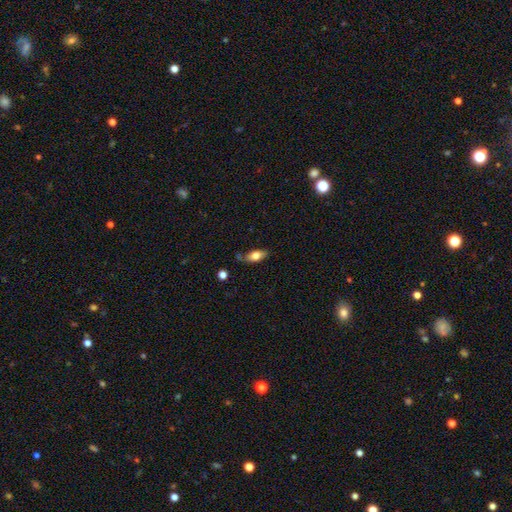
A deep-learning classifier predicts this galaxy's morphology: smooth 73%, featured or disk 19%, star or artifact 7%. Down the decision tree: how rounded — in between (84%); merging — none (70%).